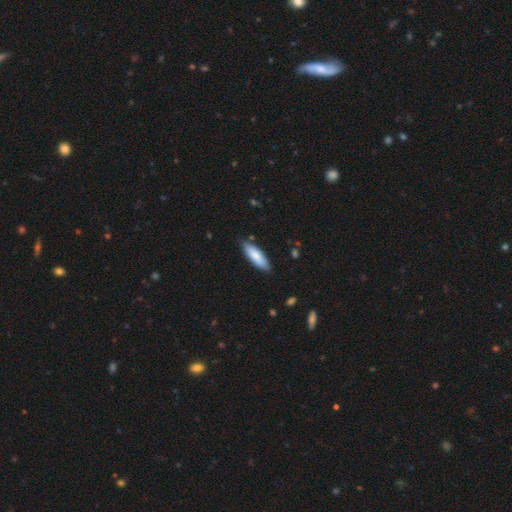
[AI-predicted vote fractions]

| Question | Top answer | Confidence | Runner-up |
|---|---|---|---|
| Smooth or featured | smooth | 82% | featured or disk (13%) |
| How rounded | in between | 55% | cigar-shaped (43%) |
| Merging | none | 82% | minor disturbance (14%) |